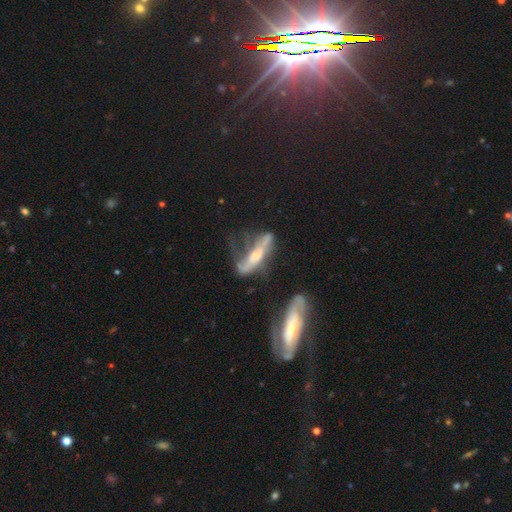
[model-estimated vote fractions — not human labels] A featured or disk galaxy (64%).

Vote fractions:
- Smooth or featured? featured or disk: 64% / smooth: 27% / star or artifact: 8%
- Edge-on disk? no: 56% / yes: 44%
- Merging? major disturbance: 33% / none: 29% / minor disturbance: 21% / merger: 17%